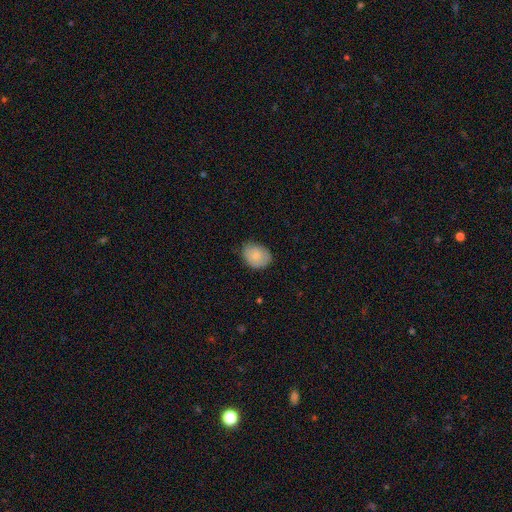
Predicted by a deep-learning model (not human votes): Overall: smooth (81%). How rounded: in between (59%; round 40%). Merging: none (70%).